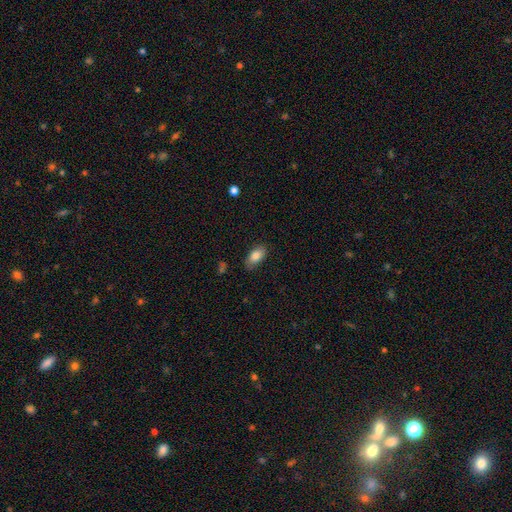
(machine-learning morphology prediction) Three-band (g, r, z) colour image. It shows a smooth galaxy with no disk features (84%) that is in between round and cigar-shaped (92%). Merging: none (82%).